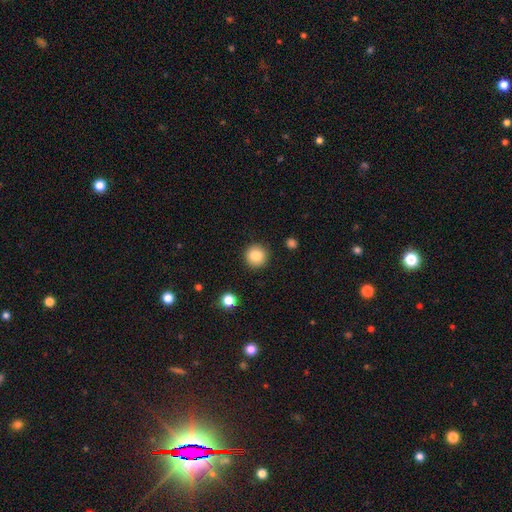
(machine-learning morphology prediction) Smooth or featured?
  - smooth: 84% *
  - star or artifact: 10%
  - featured or disk: 6%
How rounded?
  - round: 95% *
  - in between: 4%
  - cigar-shaped: 1%
Merging?
  - none: 91% *
  - minor disturbance: 5%
  - major disturbance: 2%
  - merger: 1%